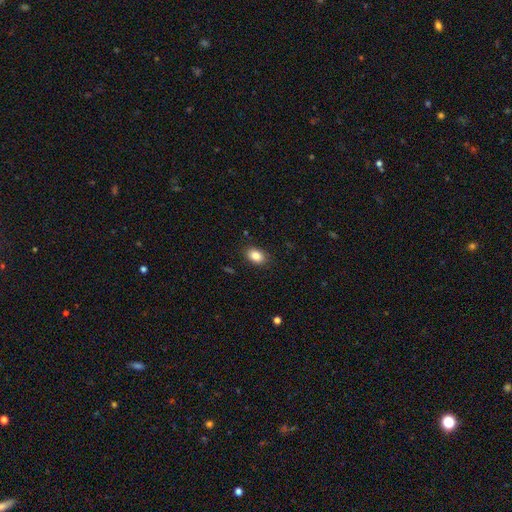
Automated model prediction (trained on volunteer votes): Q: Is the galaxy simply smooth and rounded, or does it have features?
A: smooth — 86%.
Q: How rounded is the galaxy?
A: in between — 82%.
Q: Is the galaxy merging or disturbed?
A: none — 87%.